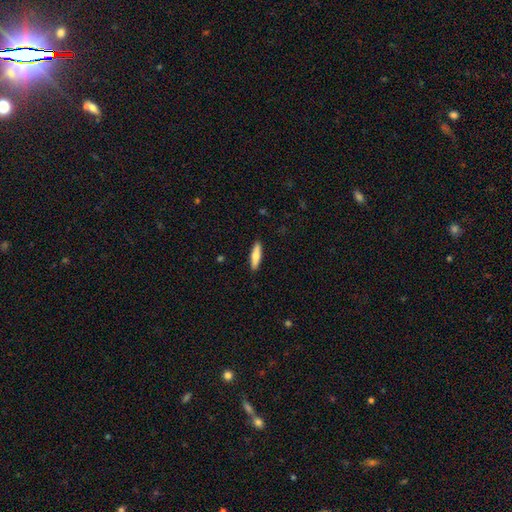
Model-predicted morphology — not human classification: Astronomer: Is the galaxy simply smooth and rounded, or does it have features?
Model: smooth — 69%.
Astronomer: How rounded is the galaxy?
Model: cigar-shaped — 73%.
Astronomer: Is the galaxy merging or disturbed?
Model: none — 90%.